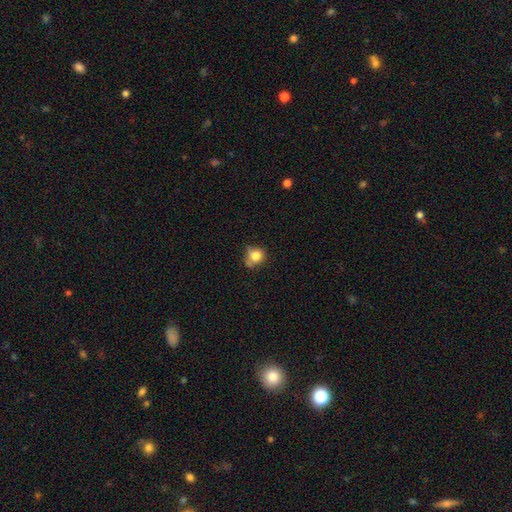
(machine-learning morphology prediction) Smooth or featured? smooth (79%)
How rounded? round (78%)
Merging? none (51%)